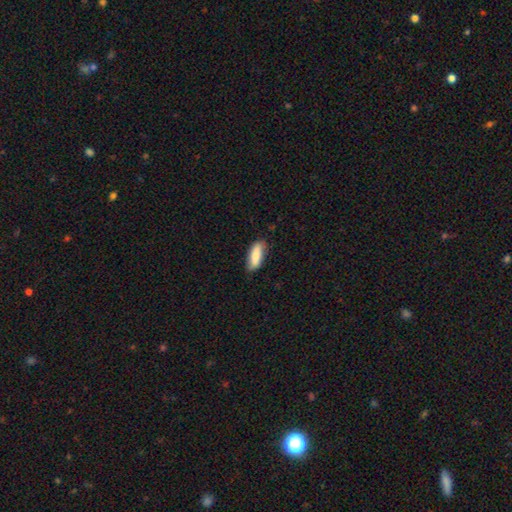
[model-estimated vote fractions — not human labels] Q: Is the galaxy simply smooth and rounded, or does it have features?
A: smooth — 81%.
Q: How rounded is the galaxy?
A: in between — 68%.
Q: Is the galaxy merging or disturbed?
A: none — 80%.